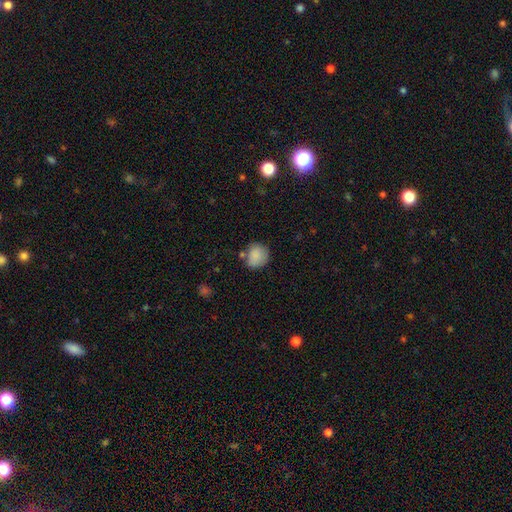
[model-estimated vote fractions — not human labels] Smooth or featured?
  - smooth: 85% *
  - star or artifact: 9%
  - featured or disk: 6%
How rounded?
  - round: 74% *
  - in between: 25%
  - cigar-shaped: 1%
Merging?
  - none: 65% *
  - minor disturbance: 20%
  - merger: 9%
  - major disturbance: 6%